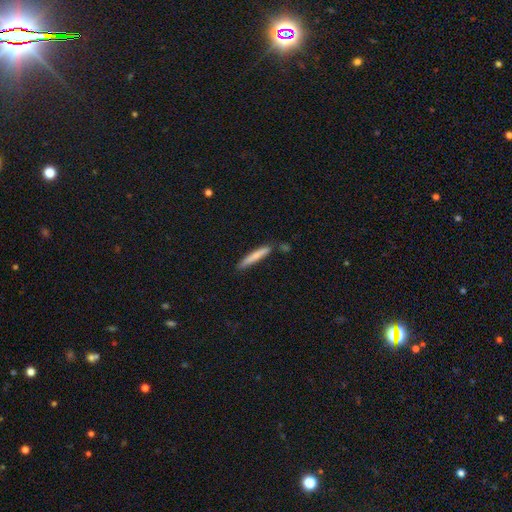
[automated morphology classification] Smooth or featured? smooth (72%)
How rounded? cigar-shaped (93%)
Merging? none (79%)